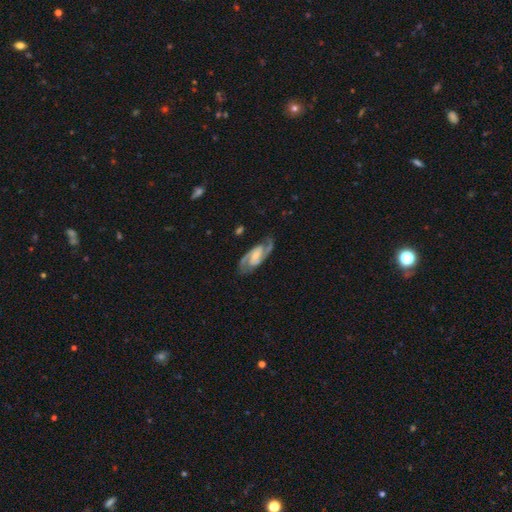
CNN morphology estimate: Smooth or featured: featured or disk — 89% (smooth — 7%)
Edge-on disk: no — 96% (yes — 4%)
Bar: weak — 46% (strong — 27%)
Spiral arms: yes — 98% (no — 2%)
Spiral winding: medium — 57% (tight — 31%)
Spiral arm count: 2 — 93% (can't tell — 3%)
Bulge size: small — 43% (moderate — 29%)
Merging: none — 81% (minor disturbance — 13%)